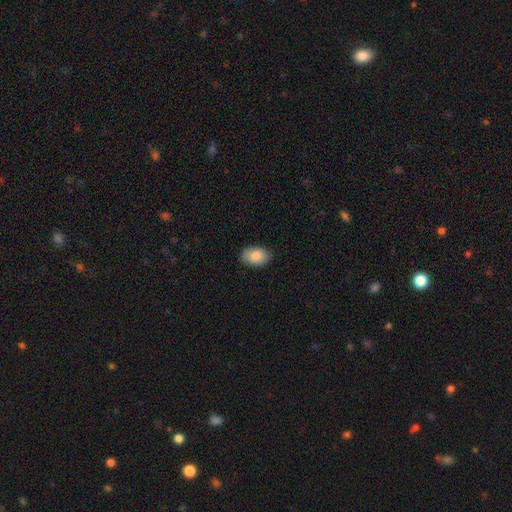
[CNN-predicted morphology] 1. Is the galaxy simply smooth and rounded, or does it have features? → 86% smooth, 7% featured or disk, 7% star or artifact.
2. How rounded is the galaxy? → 88% in between, 11% round, 1% cigar-shaped.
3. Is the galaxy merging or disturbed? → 86% none, 11% minor disturbance, 2% major disturbance, 1% merger.